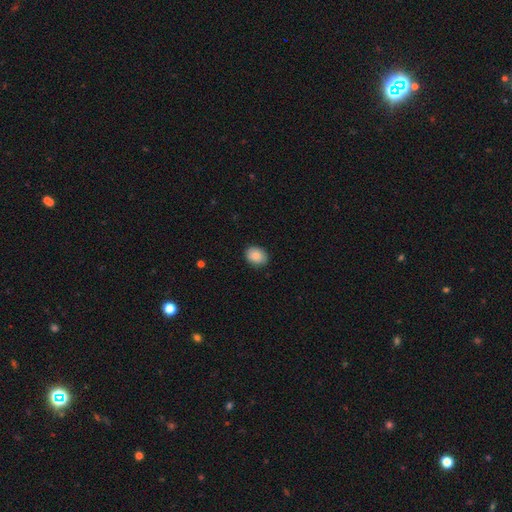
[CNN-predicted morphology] Smooth or featured: smooth — 86% (star or artifact — 7%)
How rounded: in between — 54% (round — 45%)
Merging: none — 86% (minor disturbance — 11%)